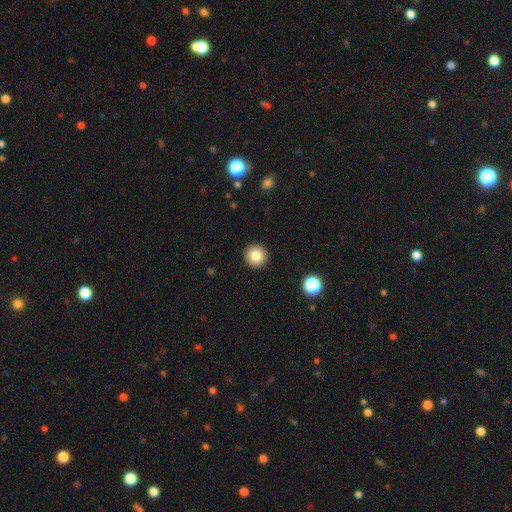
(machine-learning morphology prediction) smooth 83%, star or artifact 10%, featured or disk 7%. Down the decision tree: how rounded — round (94%); merging — none (93%).